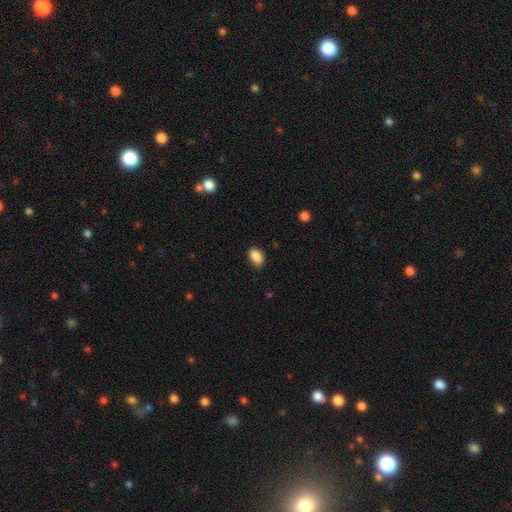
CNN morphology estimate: Overall: smooth (88%). How rounded: in between (88%). Merging: none (75%).